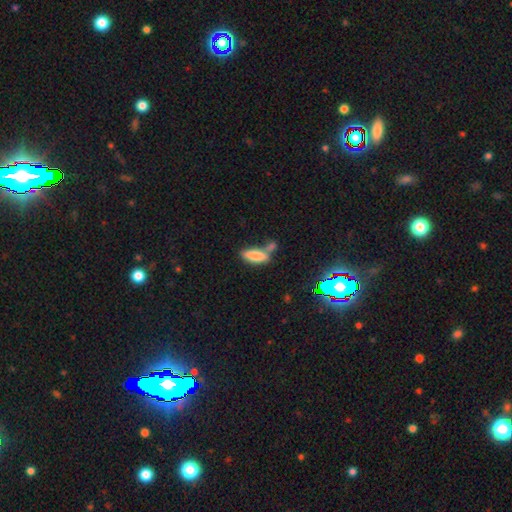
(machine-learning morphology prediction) smooth_or_featured: smooth (p=0.80) [alt: featured or disk p=0.11]
how_rounded: in between (p=0.66) [alt: cigar-shaped p=0.32]
merging: none (p=0.41) [alt: merger p=0.36]